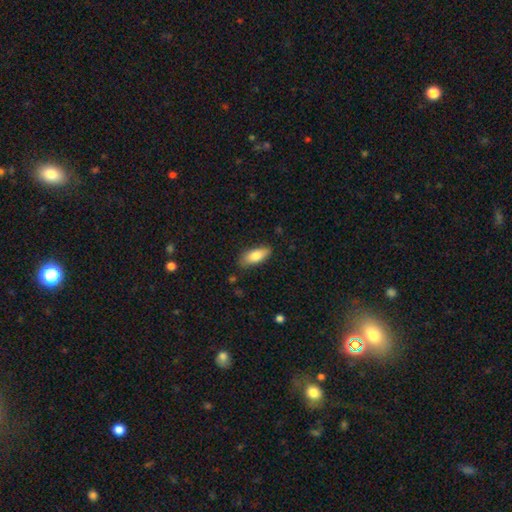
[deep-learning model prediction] Overall: smooth (82%). How rounded: in between (79%). Merging: none (81%).